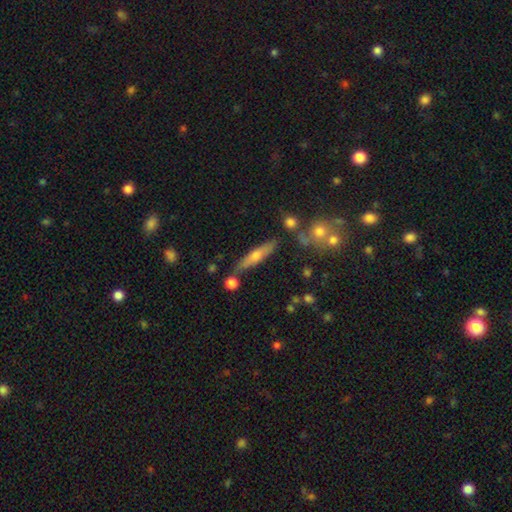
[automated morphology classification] The model was most divided on "smooth or featured": featured or disk: 49%, smooth: 42%, star or artifact: 8%. More confident: merging — none (75%).